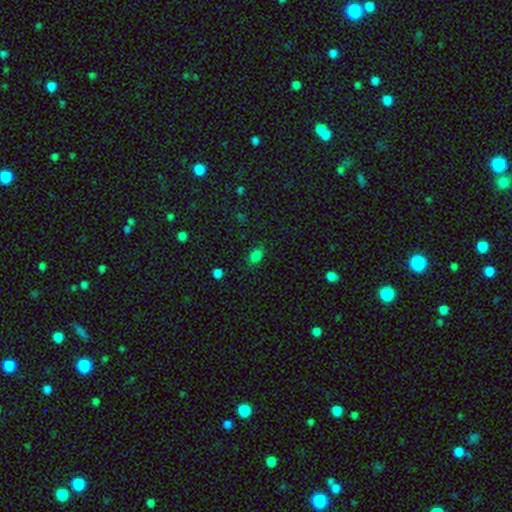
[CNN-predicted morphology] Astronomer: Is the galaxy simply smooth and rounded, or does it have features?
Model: smooth — 80%.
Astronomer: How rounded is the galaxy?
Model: in between — 80%.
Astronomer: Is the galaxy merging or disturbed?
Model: none — 81%.